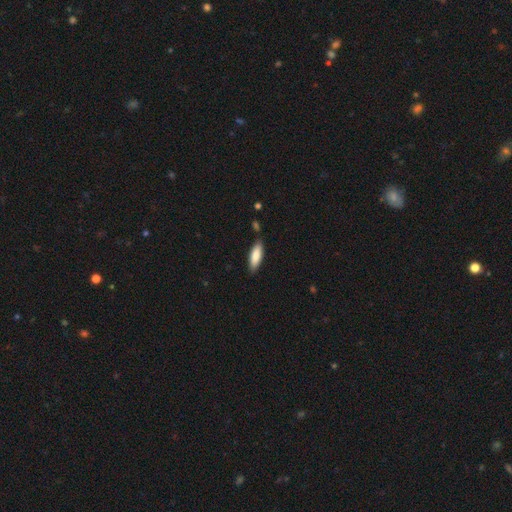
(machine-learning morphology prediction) Smooth or featured?
  - smooth: 84% *
  - featured or disk: 10%
  - star or artifact: 6%
How rounded?
  - in between: 56% *
  - cigar-shaped: 43%
  - round: 1%
Merging?
  - none: 82% *
  - minor disturbance: 13%
  - merger: 3%
  - major disturbance: 2%